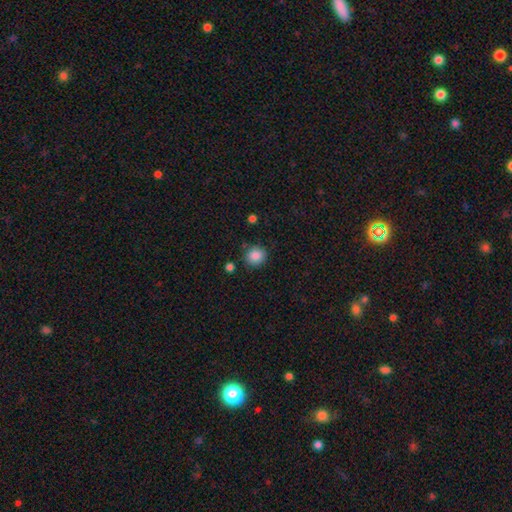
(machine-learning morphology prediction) This is clearly a smooth galaxy (87%). How rounded: clearly round (85%). Merging: clearly none (84%).